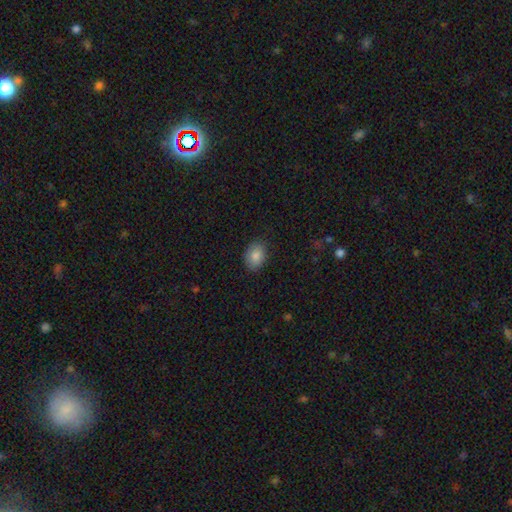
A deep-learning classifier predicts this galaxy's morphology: smooth_or_featured: smooth (p=0.85) [alt: star or artifact p=0.07]
how_rounded: in between (p=0.76) [alt: round p=0.23]
merging: none (p=0.84) [alt: minor disturbance p=0.13]